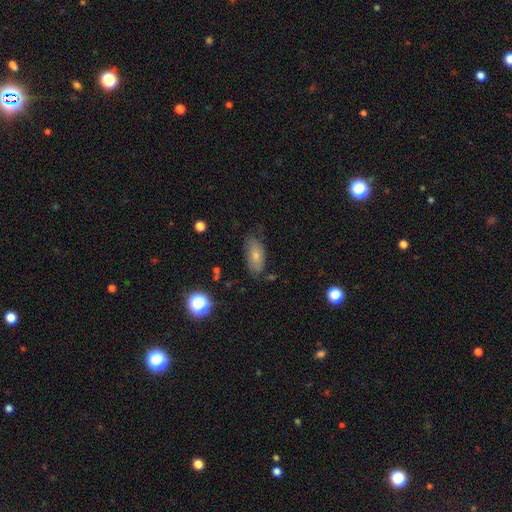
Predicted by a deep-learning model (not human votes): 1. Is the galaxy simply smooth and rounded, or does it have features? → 73% smooth, 18% featured or disk, 9% star or artifact.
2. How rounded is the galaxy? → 88% in between, 8% cigar-shaped, 4% round.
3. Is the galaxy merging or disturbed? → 70% none, 22% minor disturbance, 5% major disturbance, 2% merger.